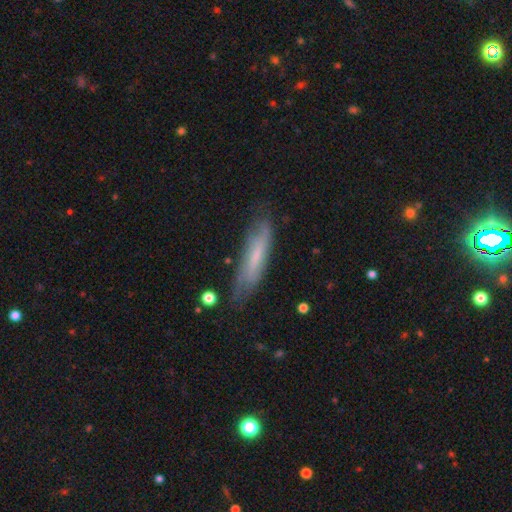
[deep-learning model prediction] Overall: smooth (51%; featured or disk 42%). How rounded: cigar-shaped (75%). Merging: none (70%).